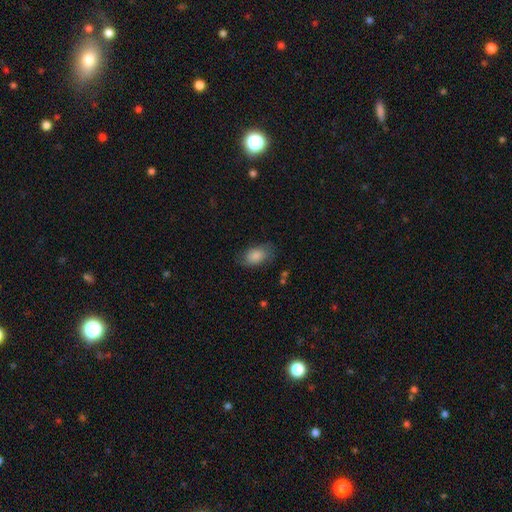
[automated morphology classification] smooth-or-featured: smooth: 83% | featured or disk: 10% | star or artifact: 7%
  how-rounded: in between: 91% | round: 7% | cigar-shaped: 2%
  merging: none: 73% | minor disturbance: 19% | major disturbance: 6% | merger: 1%